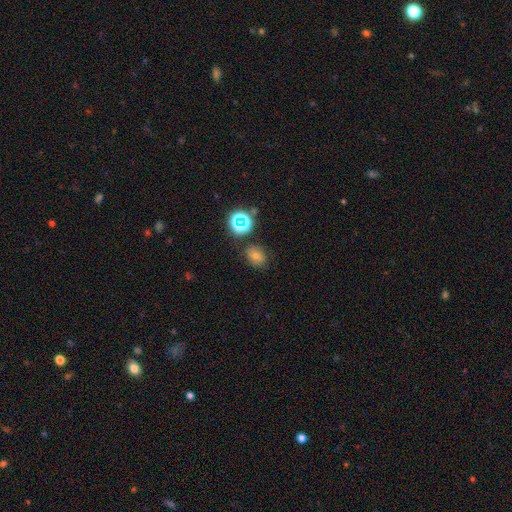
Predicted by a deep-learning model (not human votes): The model was most divided on "smooth or featured": smooth: 50%, star or artifact: 35%, featured or disk: 15%. More confident: merging — none (80%); how rounded — round (62%).